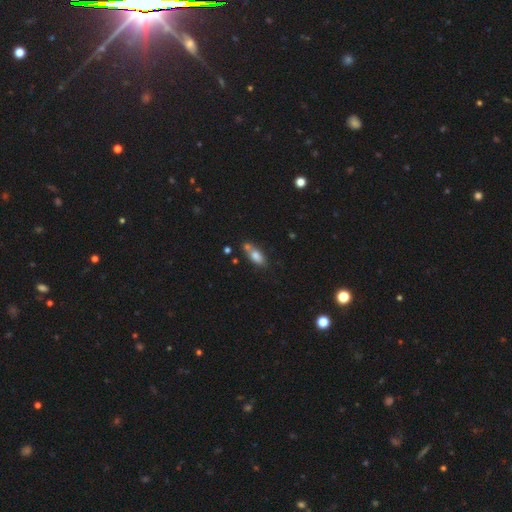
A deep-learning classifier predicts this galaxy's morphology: Smooth or featured? Predicted: smooth (p=0.76). How rounded? Predicted: in between (p=0.80). Merging? Predicted: none (p=0.48).